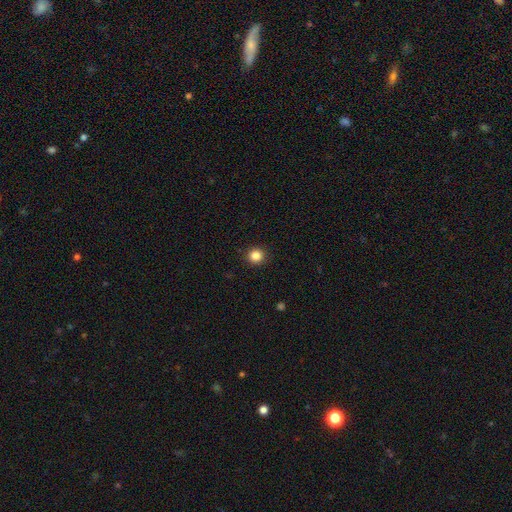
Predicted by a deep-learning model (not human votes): Overall: smooth (85%). How rounded: round (94%). Merging: none (93%).